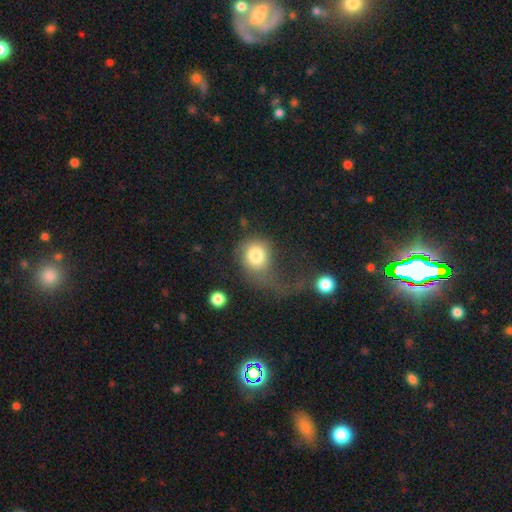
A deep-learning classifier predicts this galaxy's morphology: A smooth galaxy with no disk features (77%) that is round (76%). Merging: major disturbance (51%).